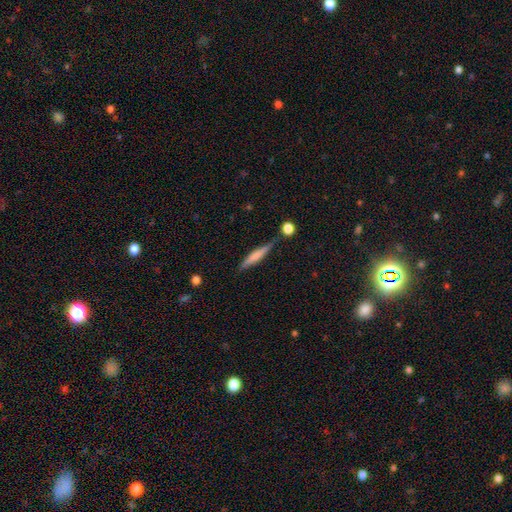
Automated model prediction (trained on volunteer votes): Smooth or featured?
  - smooth: 56% *
  - featured or disk: 38%
  - star or artifact: 6%
How rounded?
  - cigar-shaped: 90% *
  - in between: 8%
  - round: 2%
Merging?
  - none: 76% *
  - minor disturbance: 14%
  - merger: 6%
  - major disturbance: 3%